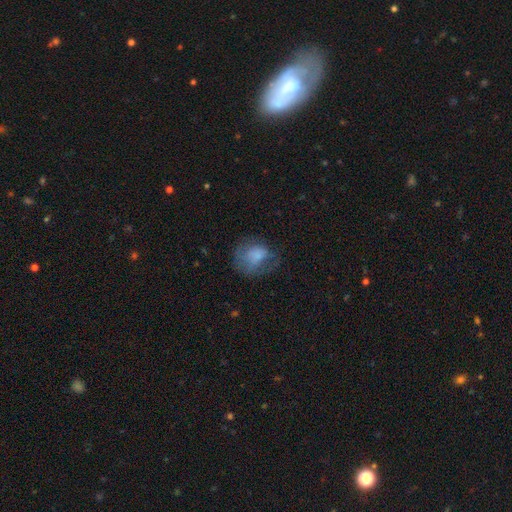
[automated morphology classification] smooth 67%, featured or disk 23%, star or artifact 9%. Down the decision tree: how rounded — round (62%); merging — none (46%).